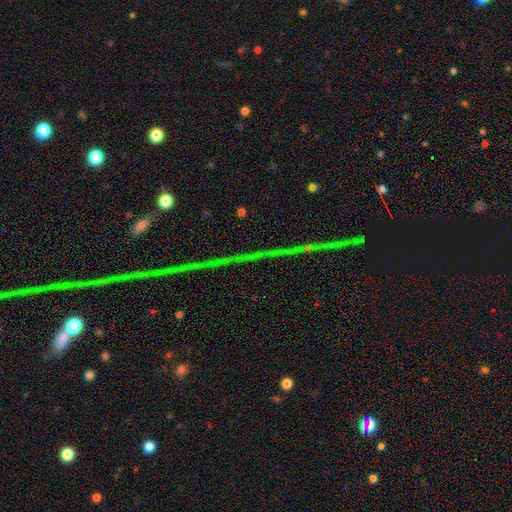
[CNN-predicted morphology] smooth-or-featured: star or artifact: 84% | featured or disk: 9% | smooth: 7%